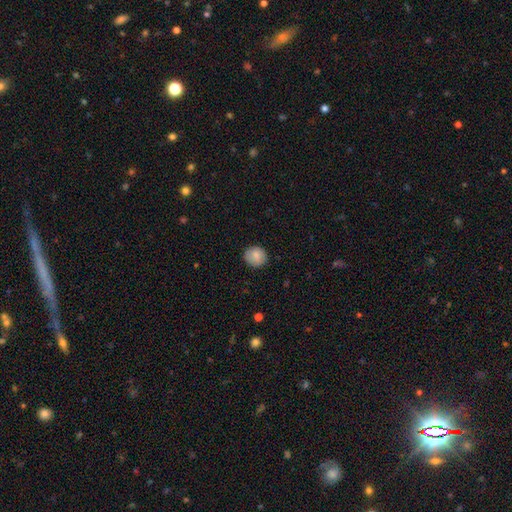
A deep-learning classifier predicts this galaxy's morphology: The model was most divided on "how rounded": round: 80%, in between: 19%, cigar-shaped: 1%. More confident: merging — none (87%); smooth or featured — smooth (85%).